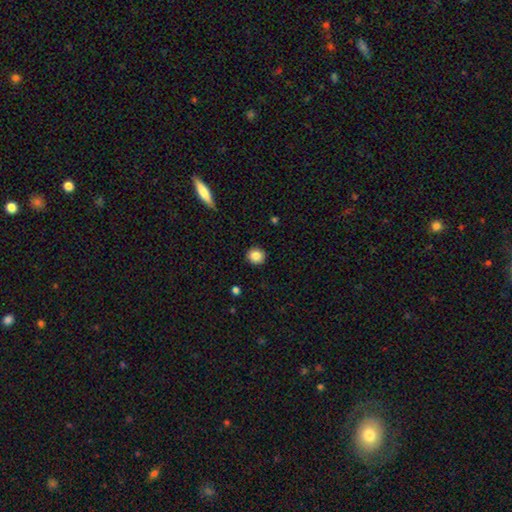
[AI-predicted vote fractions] This is clearly a smooth galaxy (86%). How rounded: clearly round (87%). Merging: clearly none (91%).